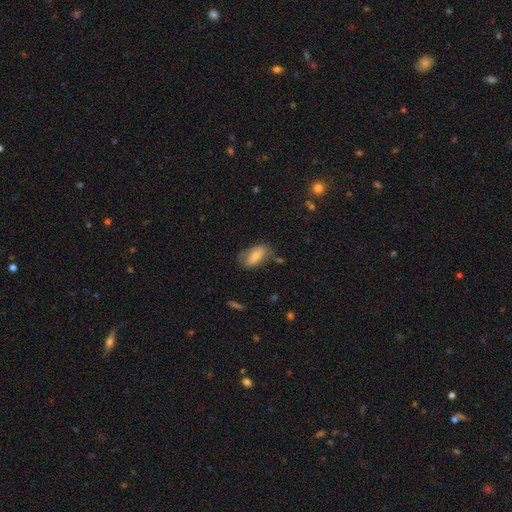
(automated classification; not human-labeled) This is likely a smooth galaxy (71%). How rounded: clearly in between (89%). Merging: likely none (61%).